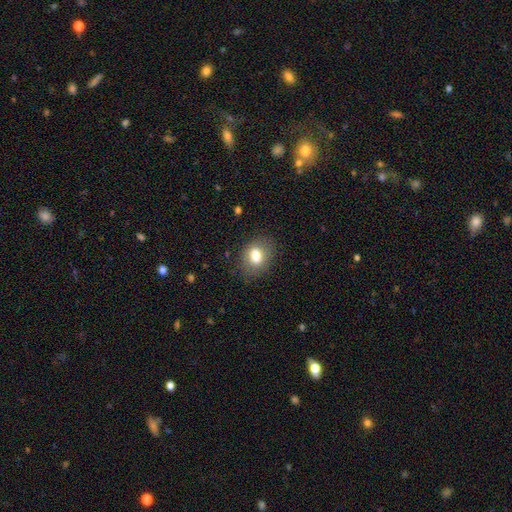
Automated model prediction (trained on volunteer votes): smooth_or_featured: smooth (p=0.77) [alt: featured or disk p=0.14]
how_rounded: in between (p=0.64) [alt: round p=0.34]
merging: none (p=0.82) [alt: minor disturbance p=0.13]